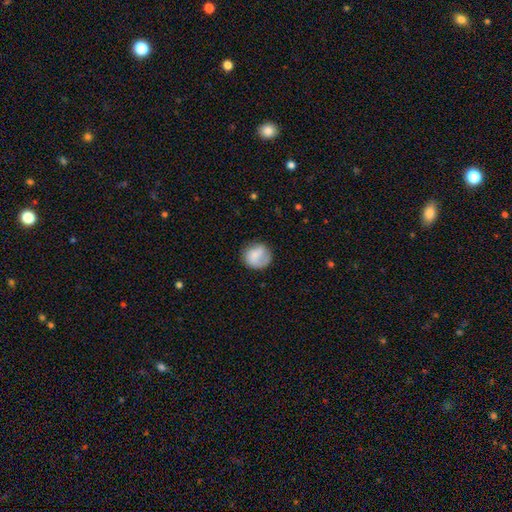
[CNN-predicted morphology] smooth_or_featured: smooth (p=0.74) [alt: featured or disk p=0.19]
how_rounded: round (p=0.83) [alt: in between p=0.17]
merging: none (p=0.65) [alt: minor disturbance p=0.22]